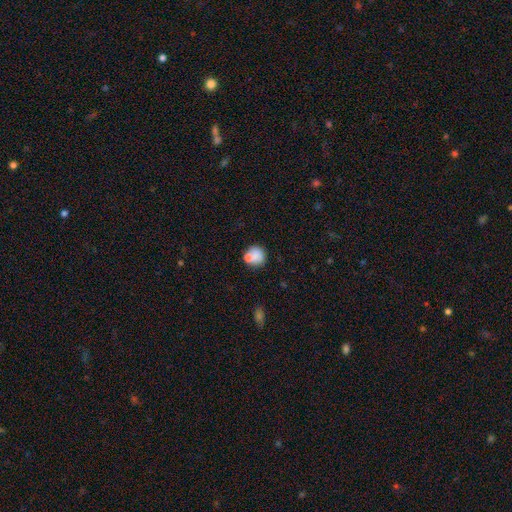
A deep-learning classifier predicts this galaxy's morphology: type=smooth (78%); roundness=round (85%); merging=none (59%).